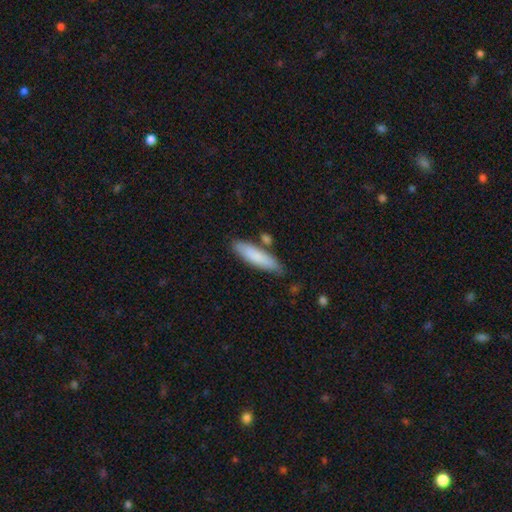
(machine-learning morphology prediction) smooth-or-featured: smooth: 80% | featured or disk: 14% | star or artifact: 6%
  how-rounded: cigar-shaped: 73% | in between: 25% | round: 1%
  merging: none: 77% | minor disturbance: 14% | merger: 7% | major disturbance: 3%